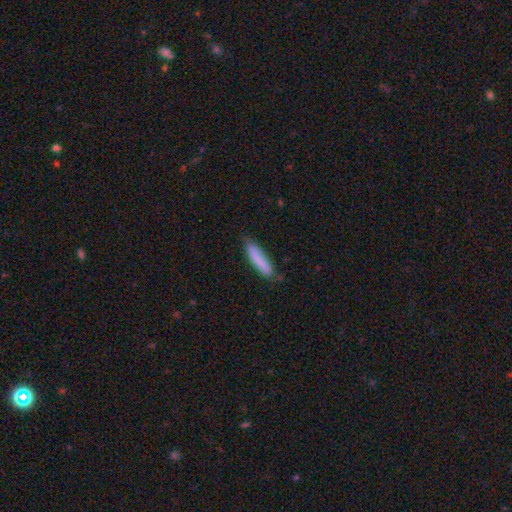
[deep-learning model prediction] The model was most divided on "merging": none: 79%, minor disturbance: 17%, major disturbance: 3%, merger: 2%. More confident: how rounded — cigar-shaped (85%); smooth or featured — smooth (82%).